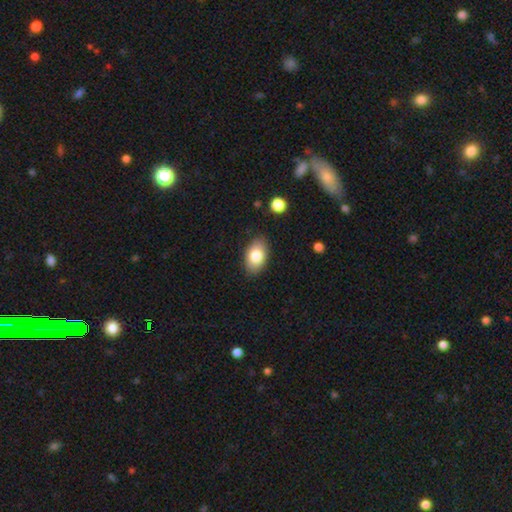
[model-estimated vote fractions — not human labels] This appears to be a smooth galaxy with no disk features (81%) that is in between round and cigar-shaped (91%). Merging: none (85%).